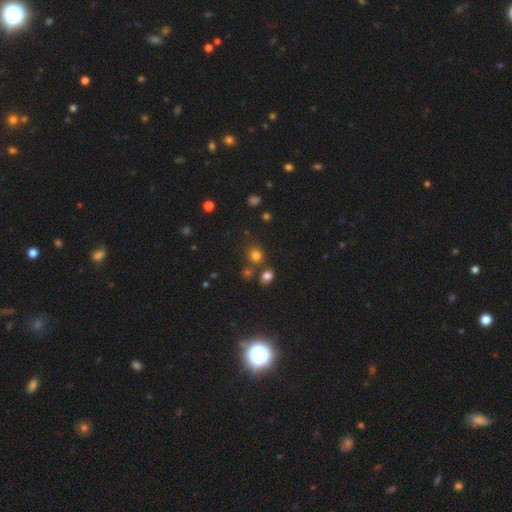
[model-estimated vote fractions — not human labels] smooth 76%, star or artifact 17%, featured or disk 7%. Down the decision tree: how rounded — round (75%); merging — none (69%).